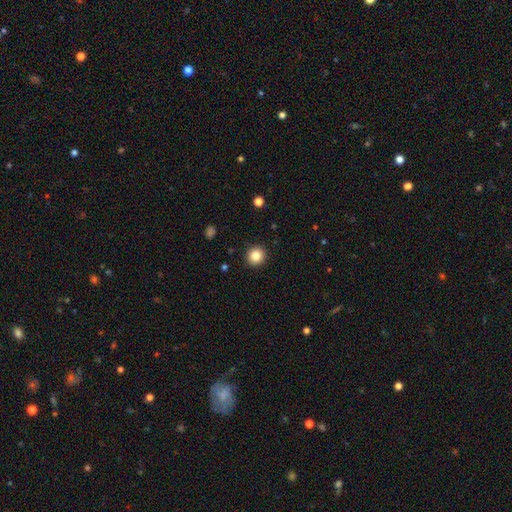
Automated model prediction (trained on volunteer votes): Overall: smooth (84%). How rounded: round (93%). Merging: none (92%).